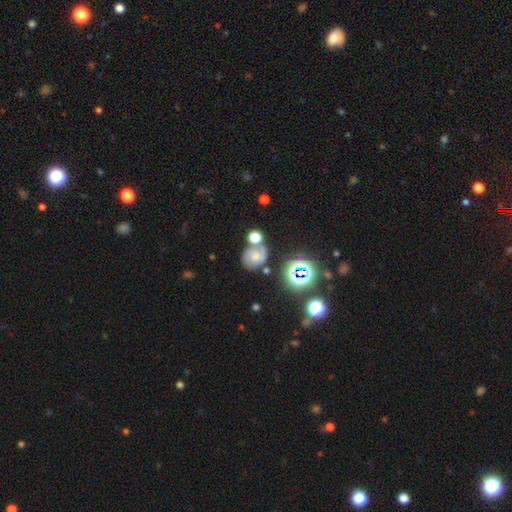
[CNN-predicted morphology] The model was most divided on "smooth or featured": smooth: 41%, featured or disk: 40%, star or artifact: 19%. Remaining: merging — none (45%).